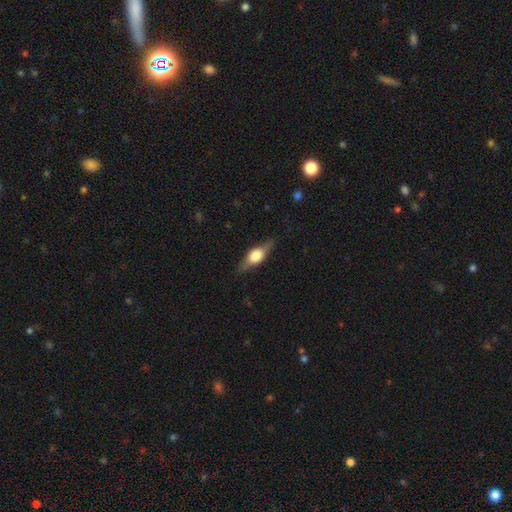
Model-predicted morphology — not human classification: Overall: featured or disk (48%; smooth 45%). Merging: none (81%).